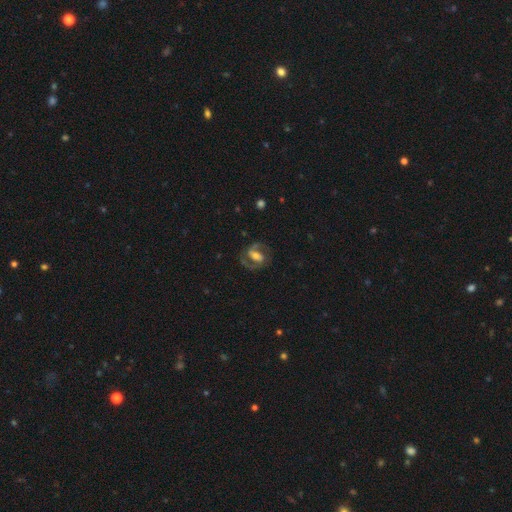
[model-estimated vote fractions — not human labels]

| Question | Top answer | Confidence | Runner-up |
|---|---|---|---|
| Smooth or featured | featured or disk | 81% | smooth (12%) |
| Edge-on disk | no | 97% | yes (3%) |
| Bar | weak | 40% | tied: strong (40%) |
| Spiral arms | yes | 93% | no (7%) |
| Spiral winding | medium | 58% | tight (24%) |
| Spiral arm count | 2 | 90% | can't tell (4%) |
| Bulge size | moderate | 51% | small (25%) |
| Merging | none | 75% | minor disturbance (14%) |